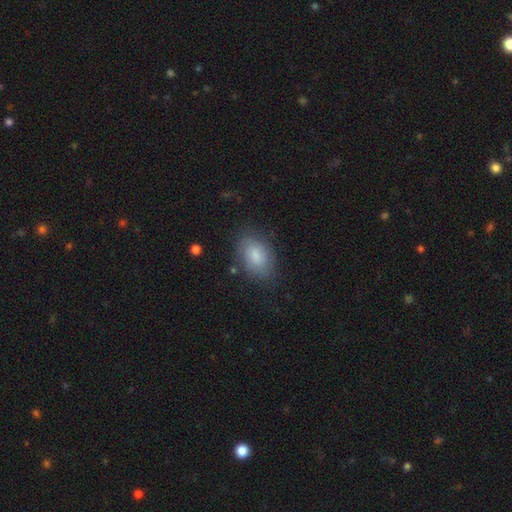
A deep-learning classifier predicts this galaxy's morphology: This appears to be a smooth galaxy with no disk features (76%) that is in between round and cigar-shaped (89%). Merging: none (72%).